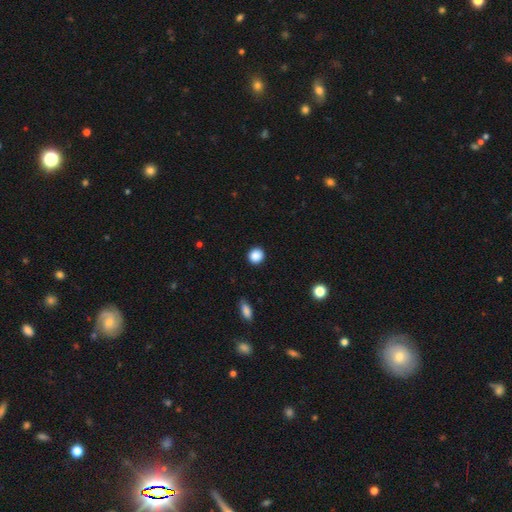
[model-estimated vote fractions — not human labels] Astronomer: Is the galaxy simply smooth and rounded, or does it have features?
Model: smooth — 88%.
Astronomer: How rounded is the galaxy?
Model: round — 91%.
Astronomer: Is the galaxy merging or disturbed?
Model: none — 92%.